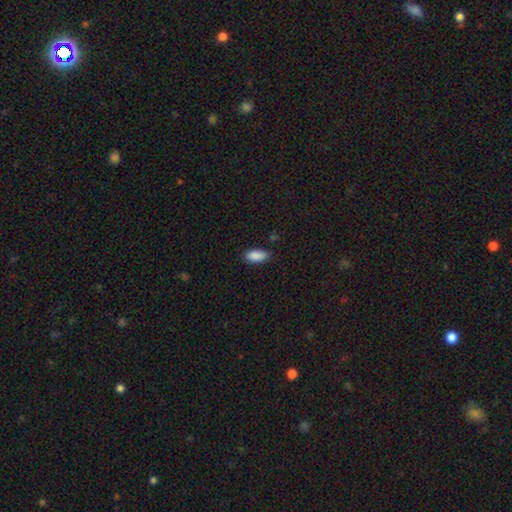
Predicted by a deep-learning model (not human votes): smooth-or-featured: smooth: 89% | star or artifact: 7% | featured or disk: 4%
  how-rounded: in between: 89% | cigar-shaped: 9% | round: 2%
  merging: none: 80% | minor disturbance: 16% | major disturbance: 3% | merger: 1%